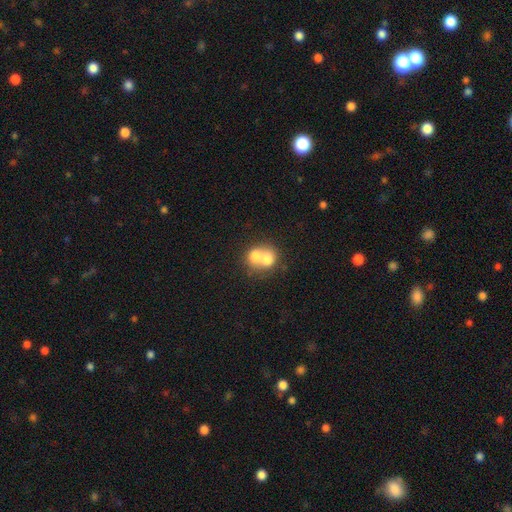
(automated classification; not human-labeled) This is likely a smooth galaxy (68%). How rounded: likely round (64%). Merging: likely merger (72%).